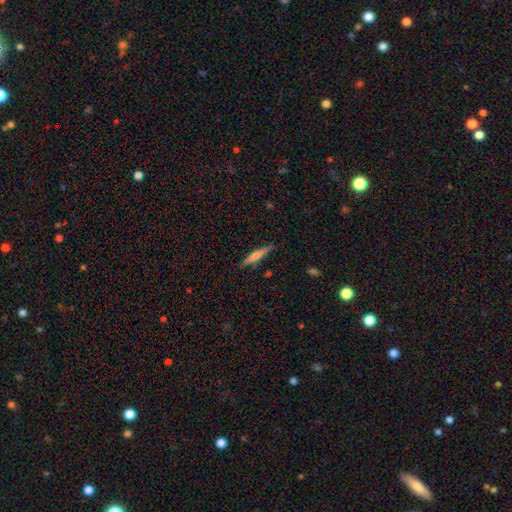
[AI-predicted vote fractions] Smooth or featured? Predicted: smooth (p=0.47, tied with featured or disk). Merging? Predicted: none (p=0.88).